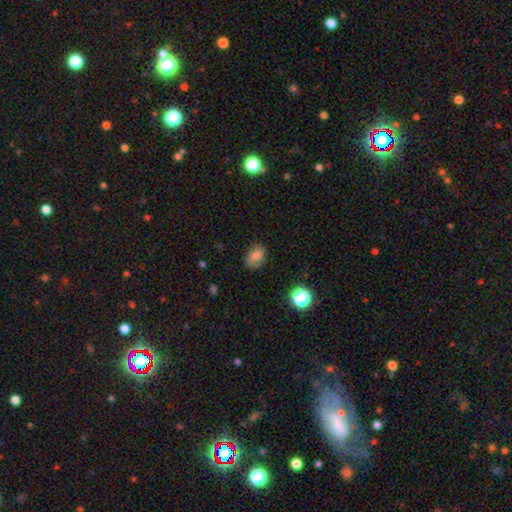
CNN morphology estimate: Smooth or featured? Predicted: smooth (p=0.76). How rounded? Predicted: in between (p=0.73). Merging? Predicted: none (p=0.76).